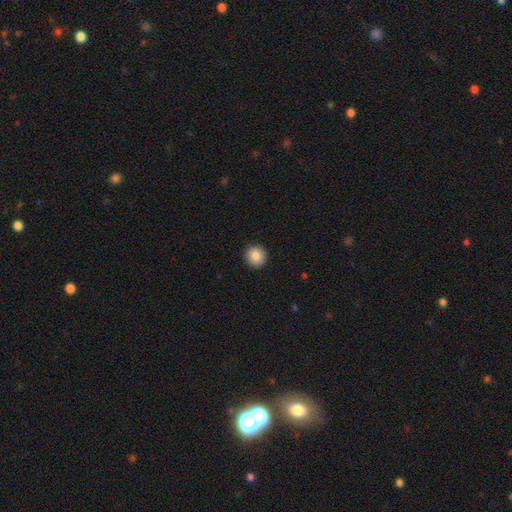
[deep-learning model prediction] smooth 87%, star or artifact 8%, featured or disk 5%. Down the decision tree: how rounded — round (93%); merging — none (93%).